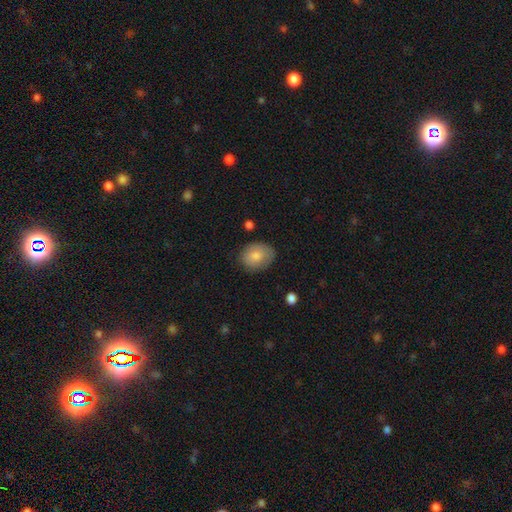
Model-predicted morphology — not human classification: This is likely a smooth galaxy (80%). How rounded: possibly in between (59%). Merging: likely none (75%).